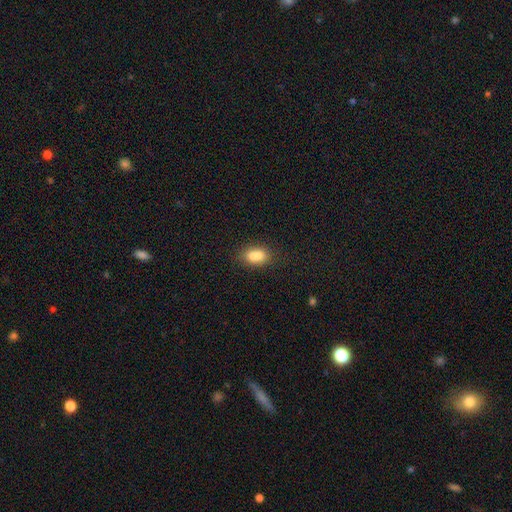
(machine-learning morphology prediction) Smooth or featured? smooth (74%)
How rounded? in between (67%)
Merging? merger (43%)